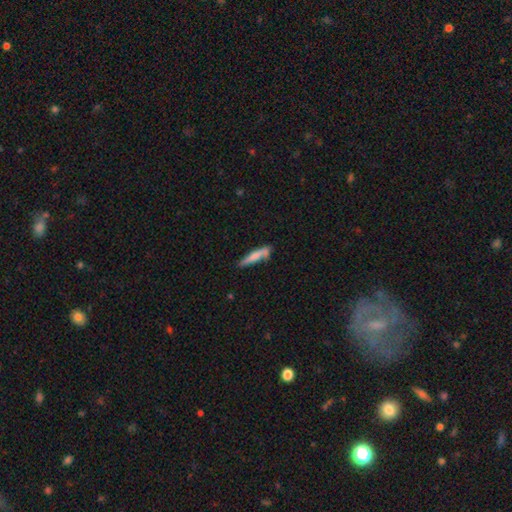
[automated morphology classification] smooth 68%, featured or disk 25%, star or artifact 6%. Down the decision tree: how rounded — cigar-shaped (88%); merging — none (65%).